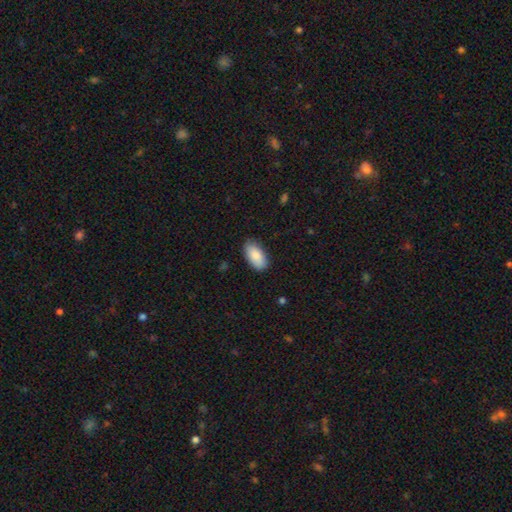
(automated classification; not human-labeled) This appears to be a smooth galaxy with no disk features (87%) that is in between round and cigar-shaped (93%). Merging: none (86%).